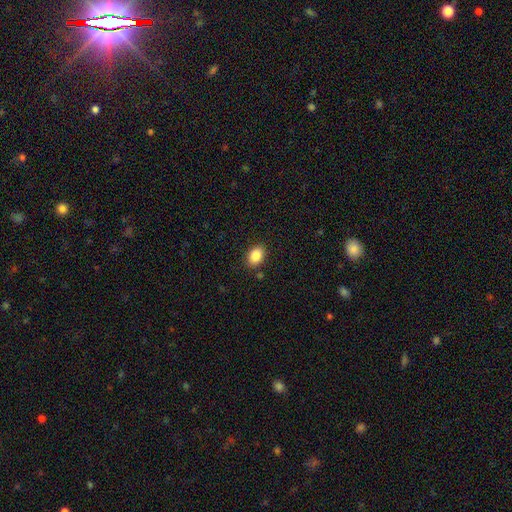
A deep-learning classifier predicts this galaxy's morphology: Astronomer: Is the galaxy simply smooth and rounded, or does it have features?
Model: smooth — 86%.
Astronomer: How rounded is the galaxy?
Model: in between — 78%.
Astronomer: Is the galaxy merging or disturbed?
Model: none — 86%.